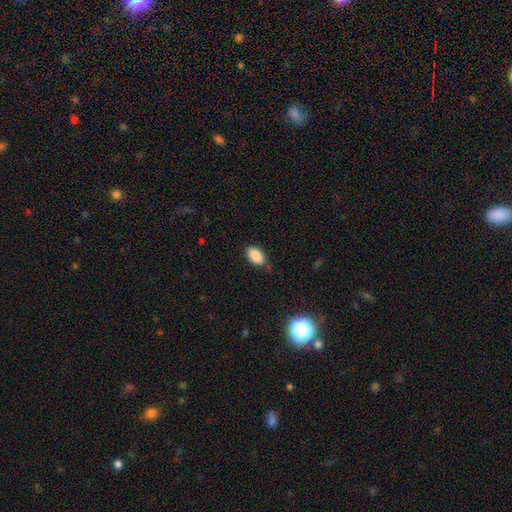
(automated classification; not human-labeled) A smooth galaxy with no disk features (87%) that is in between round and cigar-shaped (92%). Merging: none (75%).